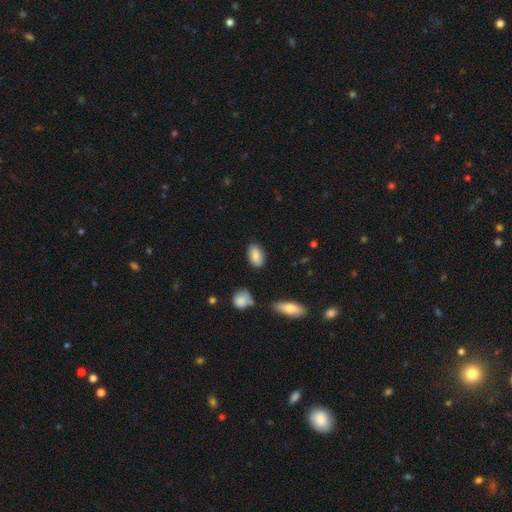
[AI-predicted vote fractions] Morphology: type=smooth (86%); roundness=in between (92%); merging=none (85%).